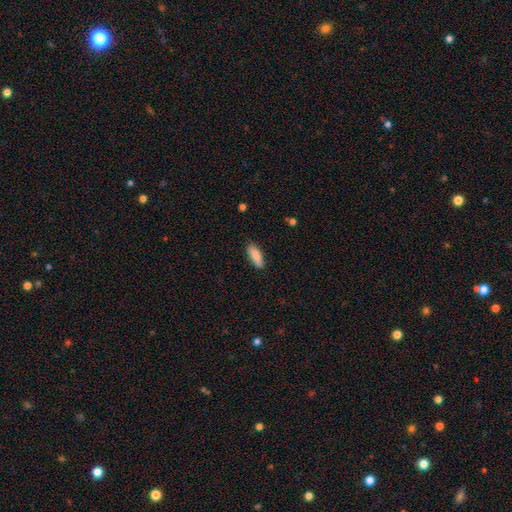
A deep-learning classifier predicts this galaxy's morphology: smooth-or-featured: smooth: 87% | featured or disk: 7% | star or artifact: 6%
  how-rounded: in between: 64% | cigar-shaped: 34% | round: 2%
  merging: none: 84% | minor disturbance: 12% | major disturbance: 2% | merger: 1%